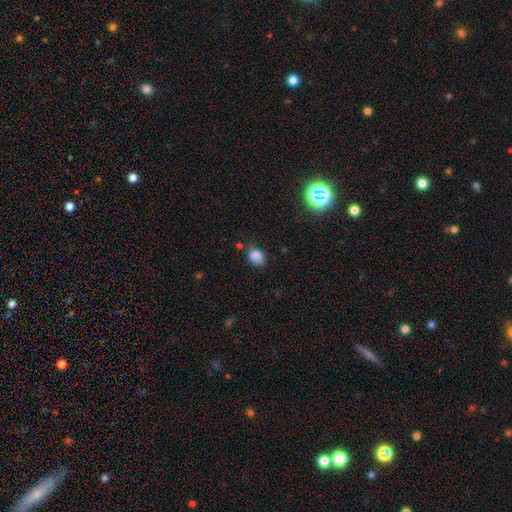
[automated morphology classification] A smooth galaxy with no disk features (83%) that is in between round and cigar-shaped (72%).

Vote fractions:
- Smooth or featured? smooth: 83% / star or artifact: 11% / featured or disk: 6%
- How rounded? in between: 72% / round: 27% / cigar-shaped: 1%
- Merging? none: 59% / minor disturbance: 29% / major disturbance: 7% / merger: 5%